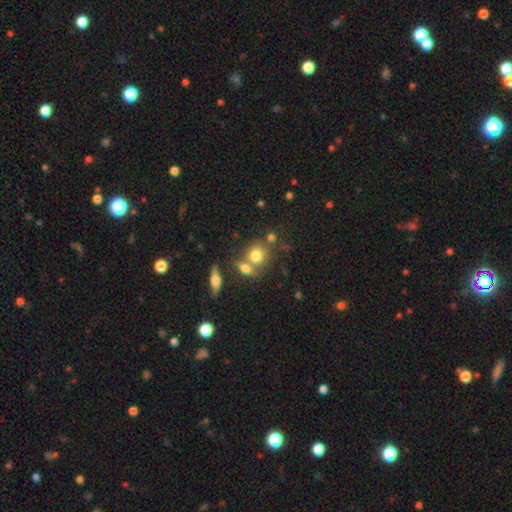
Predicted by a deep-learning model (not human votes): Smooth or featured: smooth — 76% (featured or disk — 13%)
How rounded: round — 69% (in between — 29%)
Merging: none — 49% (merger — 36%)